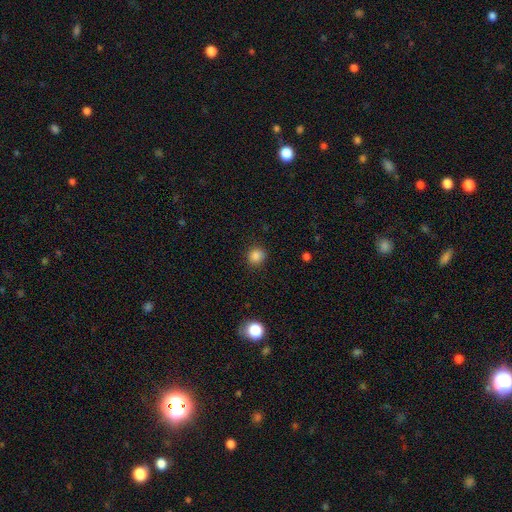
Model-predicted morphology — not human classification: smooth-or-featured: smooth: 85% | star or artifact: 12% | featured or disk: 3%
  how-rounded: round: 85% | in between: 14% | cigar-shaped: 1%
  merging: none: 87% | minor disturbance: 9% | major disturbance: 3% | merger: 1%